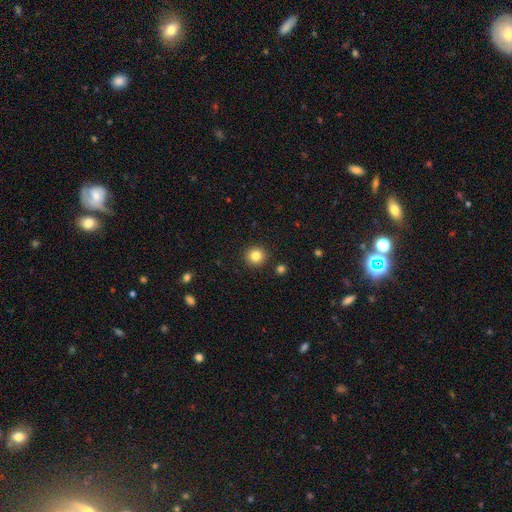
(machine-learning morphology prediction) This is clearly a smooth galaxy (84%). How rounded: clearly round (94%). Merging: clearly none (91%).